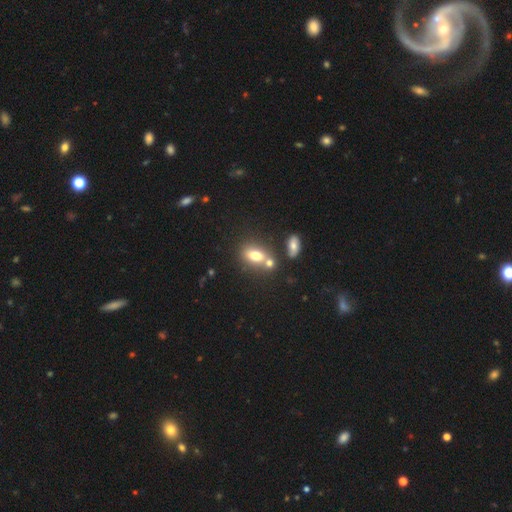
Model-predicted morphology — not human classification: Q: Smooth or featured?
A: smooth (72%); runner-up: featured or disk (17%)
Q: How rounded?
A: in between (75%); runner-up: round (21%)
Q: Merging?
A: none (51%); runner-up: merger (32%)